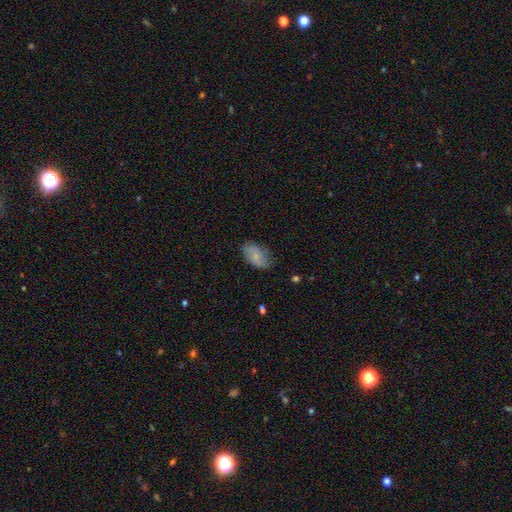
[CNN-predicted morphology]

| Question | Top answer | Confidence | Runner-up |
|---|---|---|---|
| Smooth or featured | smooth | 74% | featured or disk (19%) |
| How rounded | in between | 93% | round (5%) |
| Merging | none | 70% | minor disturbance (23%) |